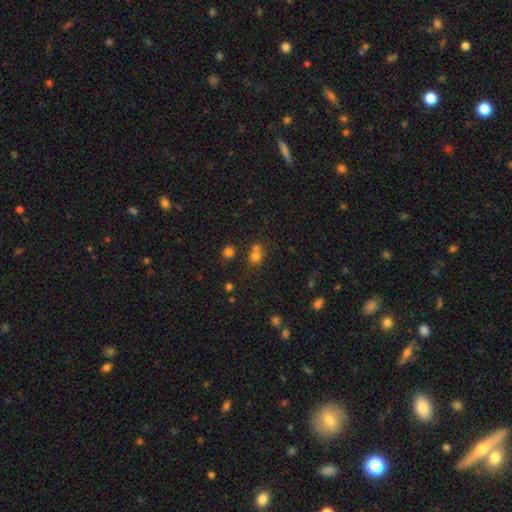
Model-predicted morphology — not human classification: Q: Smooth or featured?
A: smooth (72%); runner-up: star or artifact (18%)
Q: How rounded?
A: round (72%); runner-up: in between (27%)
Q: Merging?
A: none (44%); runner-up: merger (43%)